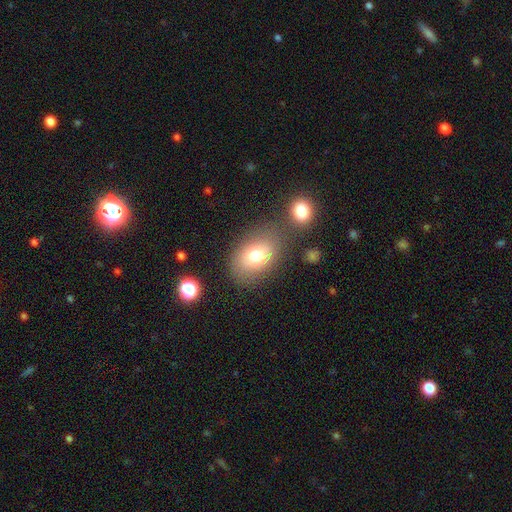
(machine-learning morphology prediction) This appears to be a smooth galaxy with no disk features (75%) that is in between round and cigar-shaped (76%). Merging: none (68%).